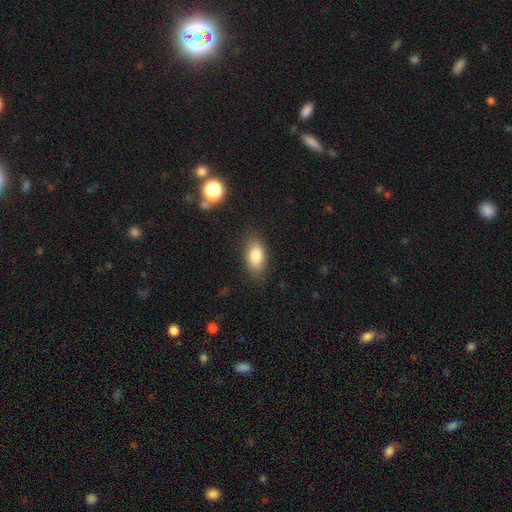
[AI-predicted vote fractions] Smooth or featured? smooth (82%)
How rounded? in between (89%)
Merging? none (82%)